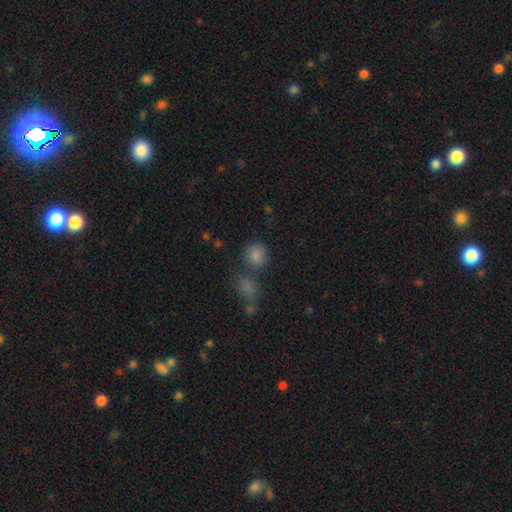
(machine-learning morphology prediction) The model was most divided on "merging": none: 61%, merger: 24%, minor disturbance: 10%, major disturbance: 4%. More confident: how rounded — round (79%); smooth or featured — smooth (76%).